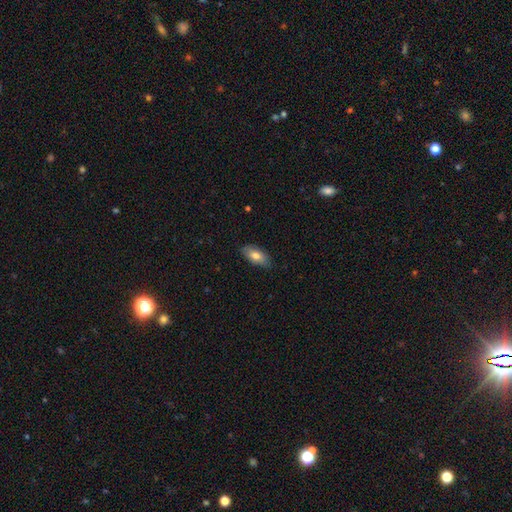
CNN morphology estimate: Smooth or featured?
  - smooth: 76% *
  - featured or disk: 18%
  - star or artifact: 6%
How rounded?
  - in between: 90% *
  - cigar-shaped: 7%
  - round: 3%
Merging?
  - none: 82% *
  - minor disturbance: 15%
  - major disturbance: 2%
  - merger: 1%